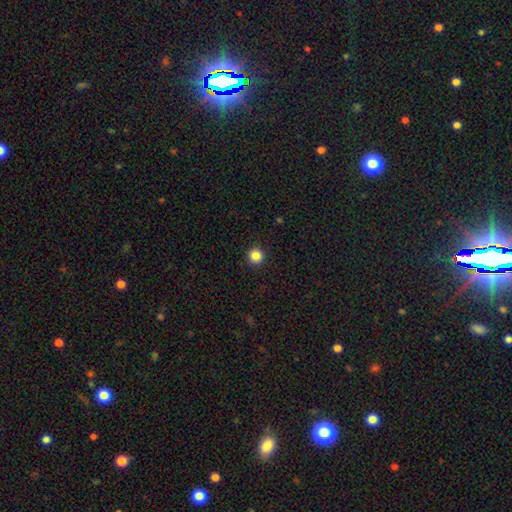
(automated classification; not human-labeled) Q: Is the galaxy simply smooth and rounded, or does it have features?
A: smooth — 86%.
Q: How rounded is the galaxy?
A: round — 96%.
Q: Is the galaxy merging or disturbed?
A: none — 93%.